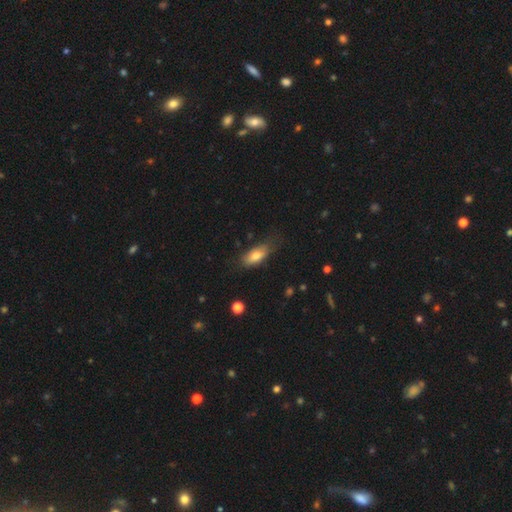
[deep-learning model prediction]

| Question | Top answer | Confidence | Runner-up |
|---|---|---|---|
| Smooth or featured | smooth | 76% | featured or disk (17%) |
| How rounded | in between | 81% | cigar-shaped (16%) |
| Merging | none | 56% | minor disturbance (30%) |